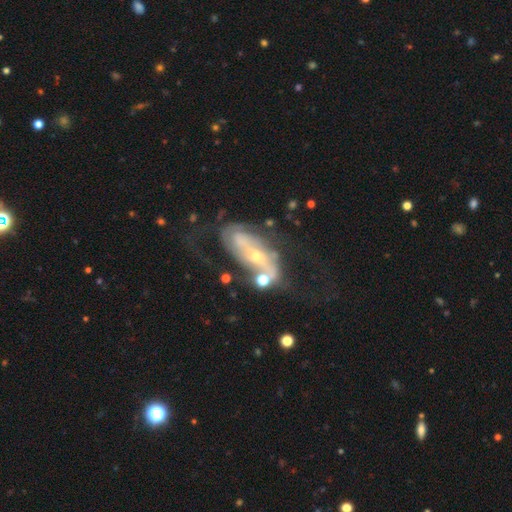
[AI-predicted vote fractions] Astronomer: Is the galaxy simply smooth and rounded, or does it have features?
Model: featured or disk — 80%.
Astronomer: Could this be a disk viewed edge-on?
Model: no — 89%.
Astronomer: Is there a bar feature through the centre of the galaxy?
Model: no — 47% (runner-up: strong, 28%).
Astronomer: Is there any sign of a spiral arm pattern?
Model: yes — 78%.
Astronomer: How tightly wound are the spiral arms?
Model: medium — 37% (runner-up: tight, 33%).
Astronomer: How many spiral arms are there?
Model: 2 — 68%.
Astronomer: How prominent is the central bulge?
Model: small — 57% (runner-up: moderate, 39%).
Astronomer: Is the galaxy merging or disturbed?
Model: none — 43% (runner-up: major disturbance, 23%).